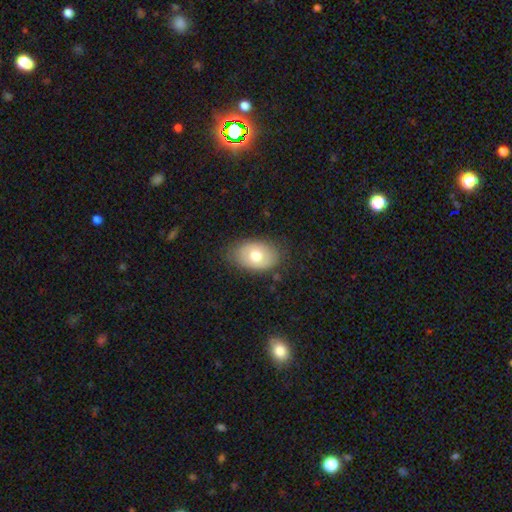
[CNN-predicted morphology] Smooth or featured?
  - smooth: 70% *
  - featured or disk: 23%
  - star or artifact: 7%
How rounded?
  - in between: 85% *
  - round: 14%
  - cigar-shaped: 1%
Merging?
  - none: 78% *
  - minor disturbance: 16%
  - major disturbance: 4%
  - merger: 1%